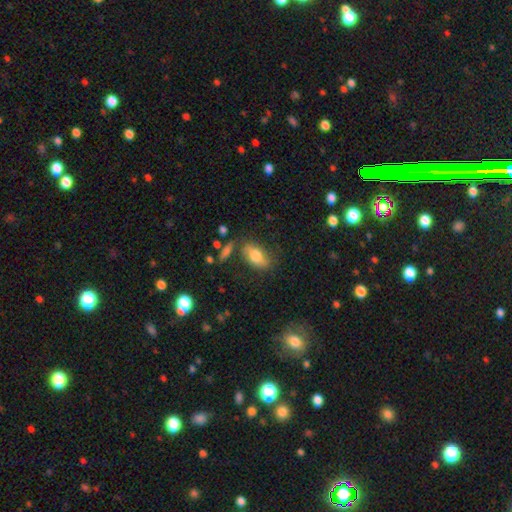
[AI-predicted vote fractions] Smooth or featured? Predicted: smooth (p=0.70). How rounded? Predicted: in between (p=0.88). Merging? Predicted: none (p=0.67).